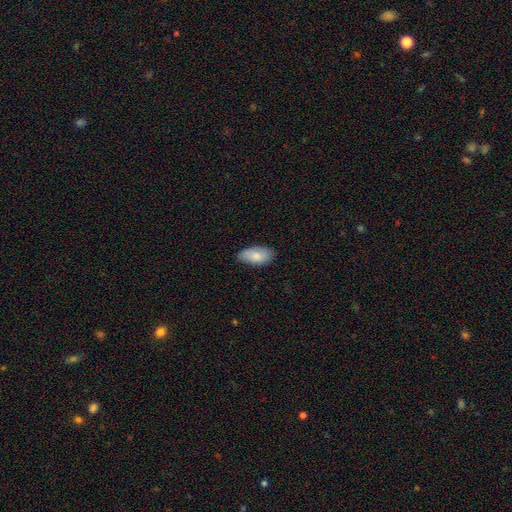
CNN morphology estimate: The model was most divided on "merging": none: 79%, minor disturbance: 18%, major disturbance: 3%, merger: 1%. More confident: how rounded — in between (94%); smooth or featured — smooth (83%).